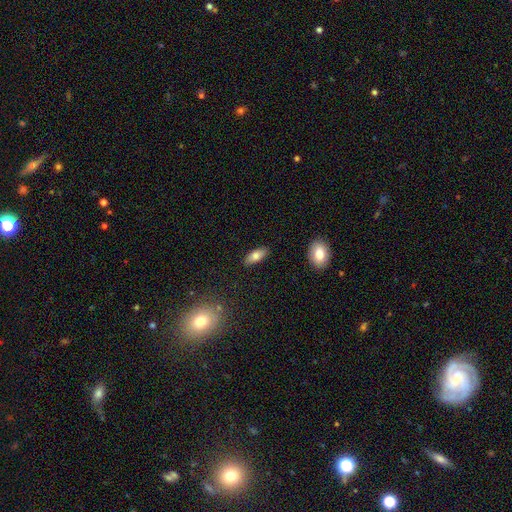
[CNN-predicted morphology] smooth-or-featured: smooth: 76% | featured or disk: 17% | star or artifact: 7%
  how-rounded: in between: 80% | cigar-shaped: 18% | round: 3%
  merging: none: 87% | minor disturbance: 10% | major disturbance: 2% | merger: 1%